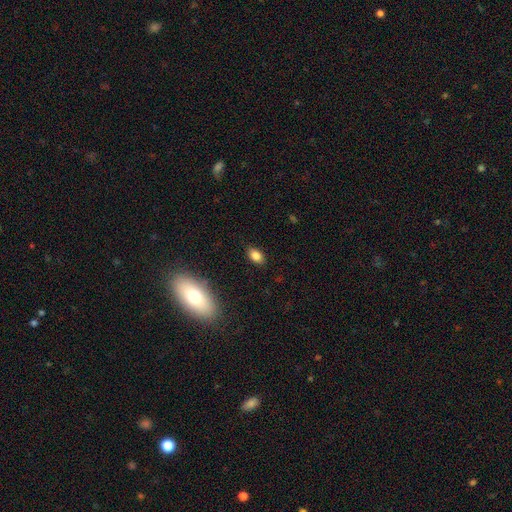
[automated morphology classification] Q: Smooth or featured?
A: smooth (83%); runner-up: star or artifact (11%)
Q: How rounded?
A: in between (86%); runner-up: round (11%)
Q: Merging?
A: none (87%); runner-up: minor disturbance (10%)